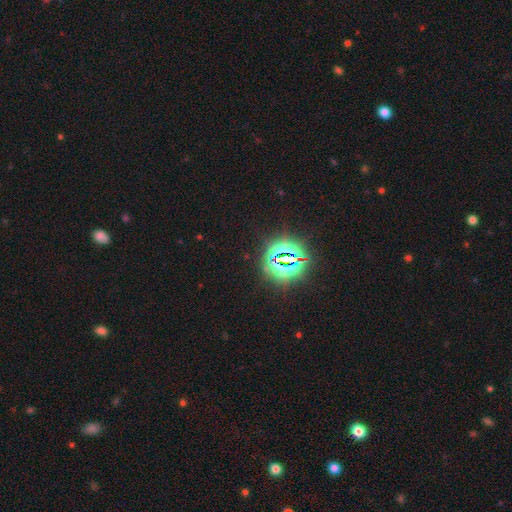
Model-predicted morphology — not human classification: Q: Smooth or featured?
A: star or artifact (85%); runner-up: smooth (10%)